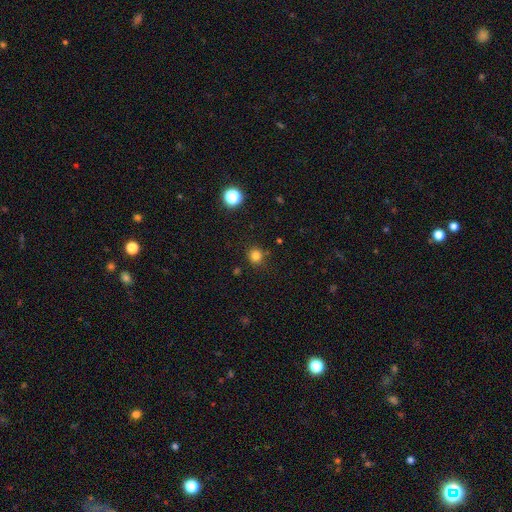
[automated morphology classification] Overall: smooth (80%). How rounded: round (92%). Merging: none (86%).